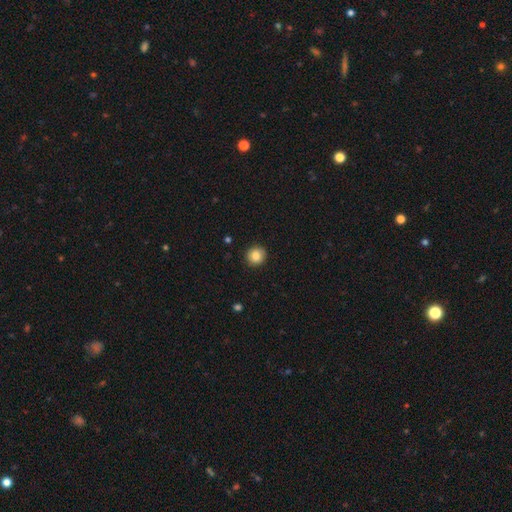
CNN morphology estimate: The model was most divided on "smooth or featured": smooth: 85%, star or artifact: 9%, featured or disk: 6%. More confident: merging — none (91%); how rounded — round (90%).